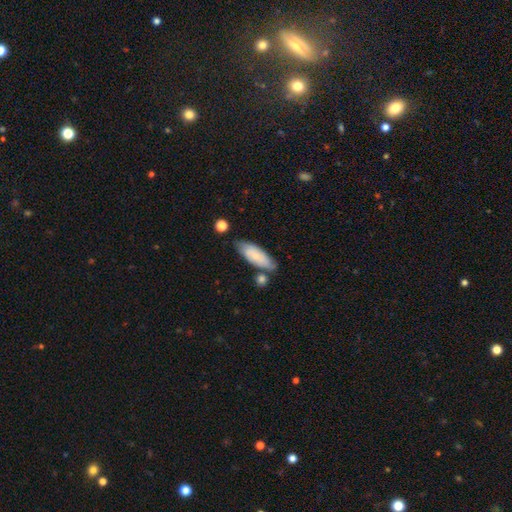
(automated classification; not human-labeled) Smooth or featured: smooth — 67% (featured or disk — 27%)
How rounded: in between — 71% (cigar-shaped — 27%)
Merging: none — 65% (minor disturbance — 21%)